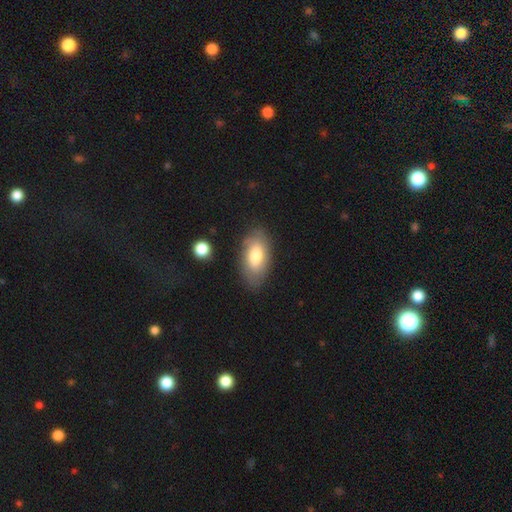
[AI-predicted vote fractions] smooth 72%, featured or disk 21%, star or artifact 7%. Down the decision tree: how rounded — in between (92%); merging — none (79%).